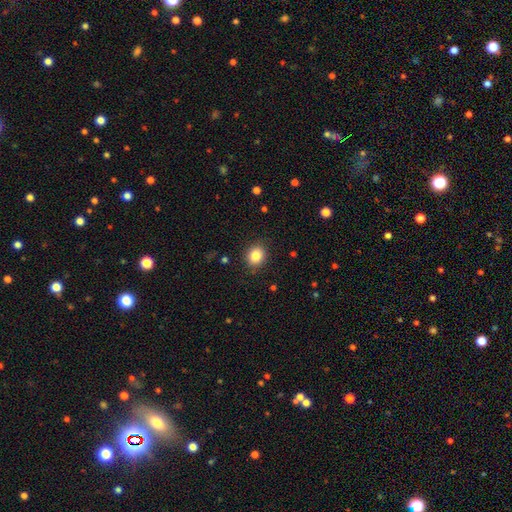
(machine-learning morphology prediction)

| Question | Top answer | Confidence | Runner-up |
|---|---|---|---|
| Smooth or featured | smooth | 84% | star or artifact (10%) |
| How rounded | round | 71% | in between (28%) |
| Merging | none | 88% | minor disturbance (8%) |